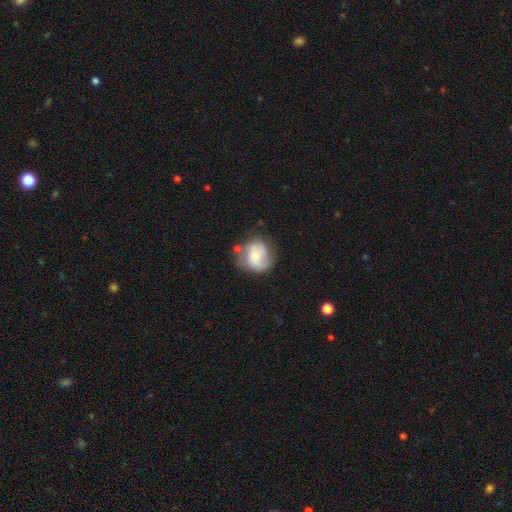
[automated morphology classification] The model was most divided on "smooth or featured": smooth: 47%, featured or disk: 46%, star or artifact: 8%. More confident: merging — none (56%).